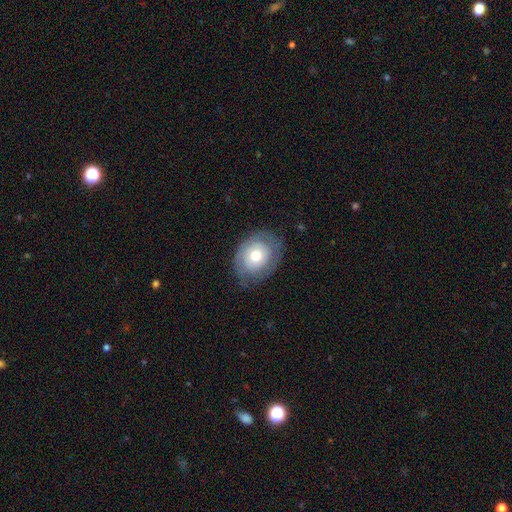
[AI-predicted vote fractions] This is possibly a smooth galaxy (50%). Merging: likely none (70%).